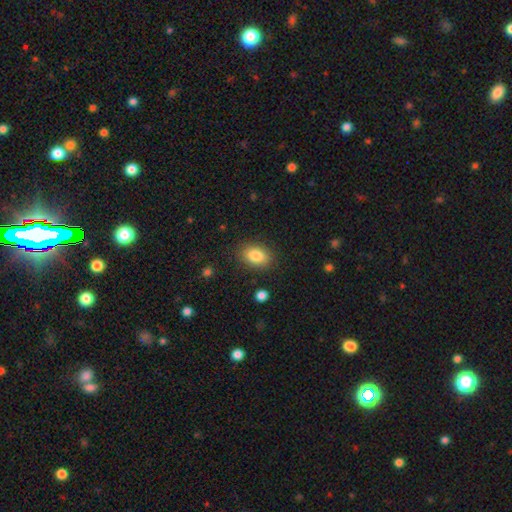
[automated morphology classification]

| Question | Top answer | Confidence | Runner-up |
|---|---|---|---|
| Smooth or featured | smooth | 84% | star or artifact (8%) |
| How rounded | in between | 82% | round (16%) |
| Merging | none | 86% | minor disturbance (10%) |